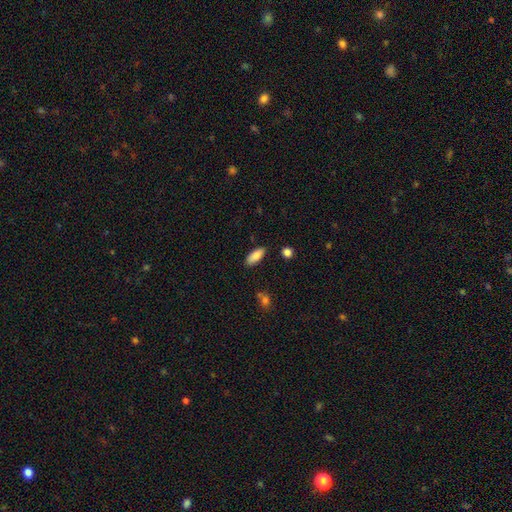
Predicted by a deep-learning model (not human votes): A smooth galaxy with no disk features (86%) that is in between round and cigar-shaped (78%).

Vote fractions:
- Smooth or featured? smooth: 86% / featured or disk: 7% / star or artifact: 7%
- How rounded? in between: 78% / cigar-shaped: 20% / round: 2%
- Merging? none: 84% / minor disturbance: 11% / major disturbance: 2% / merger: 2%